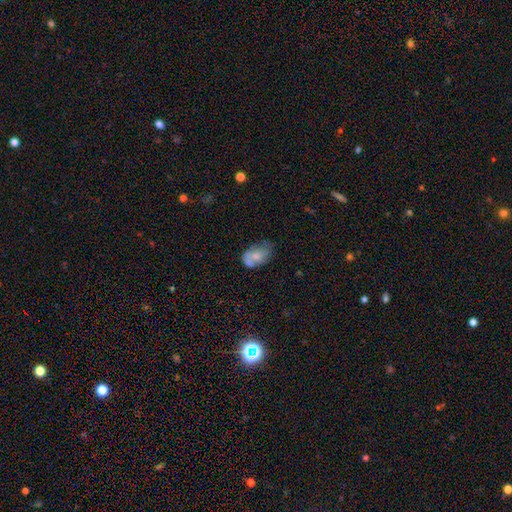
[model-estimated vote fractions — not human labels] smooth_or_featured: smooth (p=0.54) [alt: featured or disk p=0.38]
how_rounded: in between (p=0.83) [alt: round p=0.15]
merging: none (p=0.38) [alt: minor disturbance p=0.31]